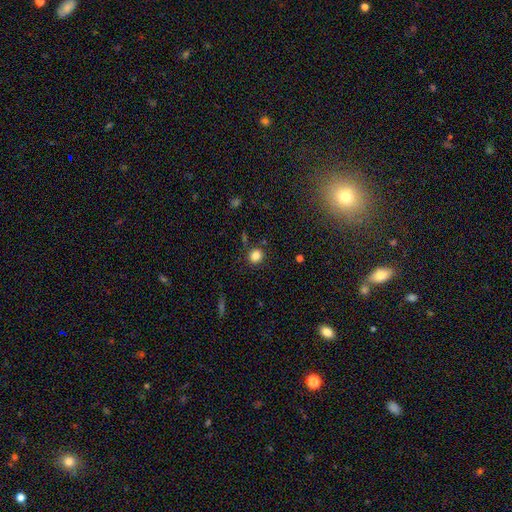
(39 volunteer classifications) A smooth galaxy with no disk features (85%) that is round (82%). Merging: none (89%).